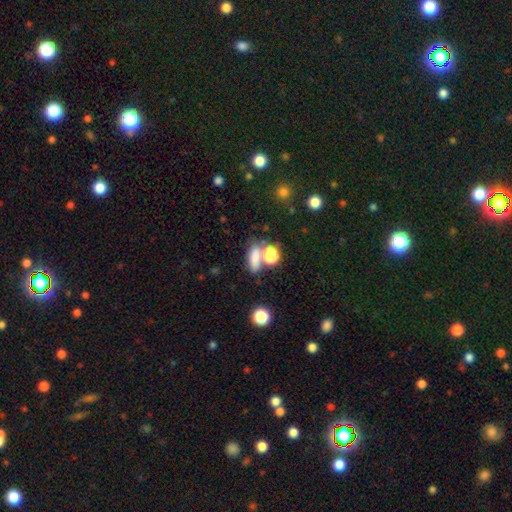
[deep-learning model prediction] Smooth or featured? smooth (77%)
How rounded? in between (60%)
Merging? none (50%)